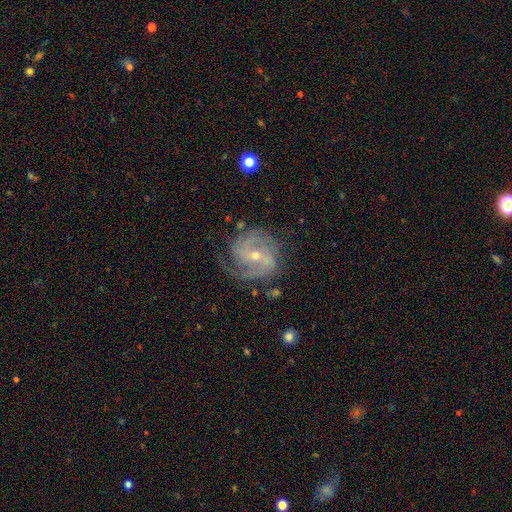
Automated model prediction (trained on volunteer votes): featured or disk 87%, smooth 7%, star or artifact 6%. Down the decision tree: edge-on disk — no (97%); bar — weak (42%); spiral arms — yes (97%); spiral arm count — 2 (61%); spiral winding — medium (45%); bulge size — small (59%); merging — none (68%).